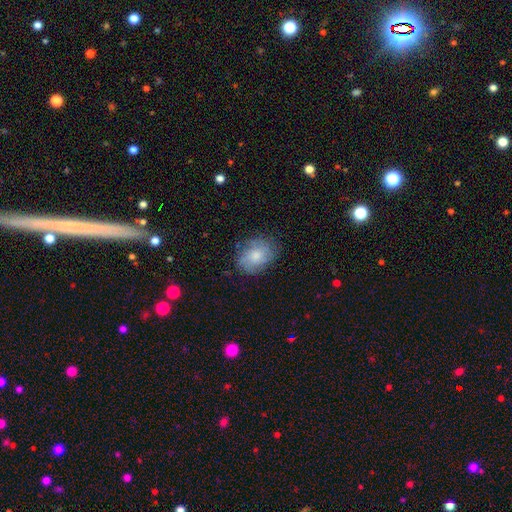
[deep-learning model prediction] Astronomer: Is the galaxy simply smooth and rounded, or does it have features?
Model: smooth — 60%.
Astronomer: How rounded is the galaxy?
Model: in between — 66%.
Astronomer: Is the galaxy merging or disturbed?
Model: none — 73%.